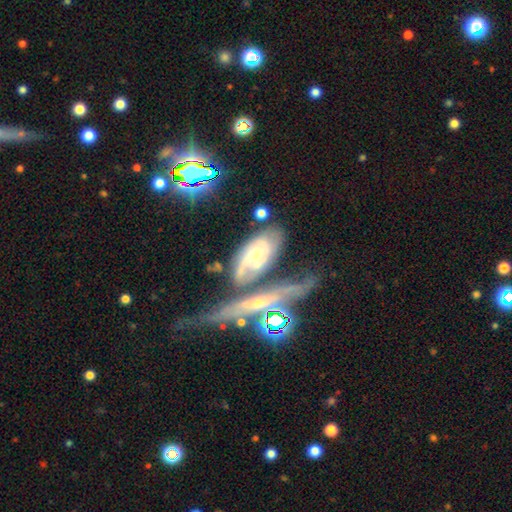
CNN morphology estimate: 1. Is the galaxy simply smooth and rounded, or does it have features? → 73% featured or disk, 19% smooth, 8% star or artifact.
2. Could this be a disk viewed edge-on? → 88% no, 12% yes.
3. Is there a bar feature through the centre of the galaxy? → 65% no, 27% weak, 8% strong.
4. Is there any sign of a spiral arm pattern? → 88% yes, 12% no.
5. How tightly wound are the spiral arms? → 55% tight, 33% medium, 12% loose.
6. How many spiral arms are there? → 41% can't tell, 37% 2, 10% 3, 5% 1, 4% 4, 3% more than 4.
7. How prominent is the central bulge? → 48% small, 45% moderate, 3% large, 3% none, 1% dominant.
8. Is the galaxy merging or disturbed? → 35% none, 31% merger, 20% minor disturbance, 15% major disturbance.